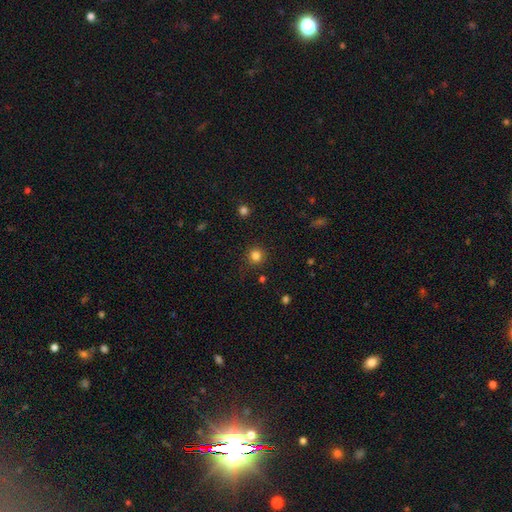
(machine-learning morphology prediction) Smooth or featured: smooth — 82% (star or artifact — 13%)
How rounded: round — 94% (in between — 5%)
Merging: none — 89% (minor disturbance — 7%)